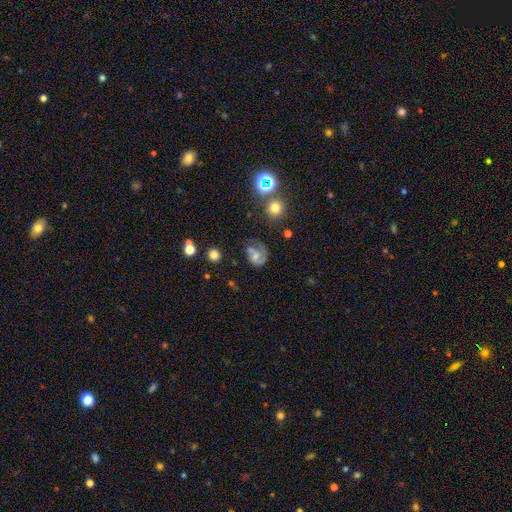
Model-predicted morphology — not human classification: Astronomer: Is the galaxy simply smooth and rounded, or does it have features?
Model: featured or disk — 60%.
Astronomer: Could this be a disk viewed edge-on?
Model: no — 98%.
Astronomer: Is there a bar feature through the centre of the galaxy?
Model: no — 61%.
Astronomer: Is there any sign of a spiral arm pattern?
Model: yes — 83%.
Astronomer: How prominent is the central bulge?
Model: moderate — 38% (runner-up: small, 37%).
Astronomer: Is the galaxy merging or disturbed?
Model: none — 40% (runner-up: major disturbance, 29%).